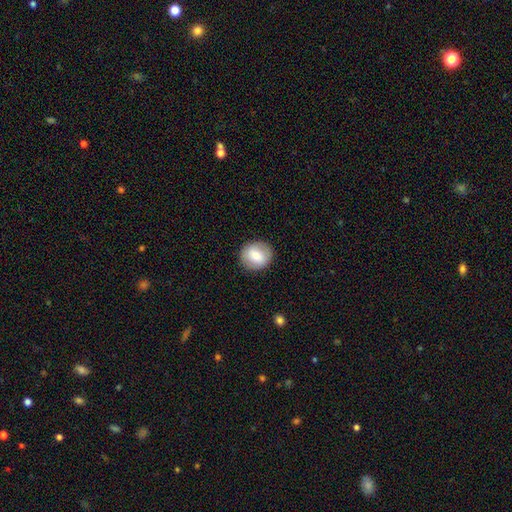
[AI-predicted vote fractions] A smooth galaxy with no disk features (70%) that is round (80%).

Vote fractions:
- Smooth or featured? smooth: 70% / featured or disk: 23% / star or artifact: 7%
- How rounded? round: 80% / in between: 19% / cigar-shaped: 1%
- Merging? none: 88% / minor disturbance: 8% / major disturbance: 3% / merger: 1%